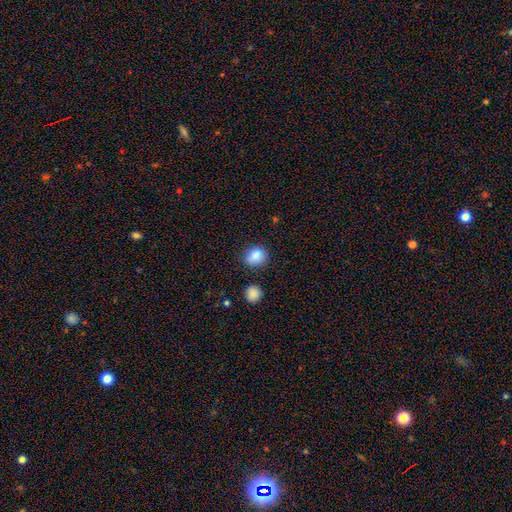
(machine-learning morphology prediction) The model was most divided on "how rounded": round: 60%, in between: 39%, cigar-shaped: 1%. More confident: smooth or featured — smooth (85%); merging — none (72%).